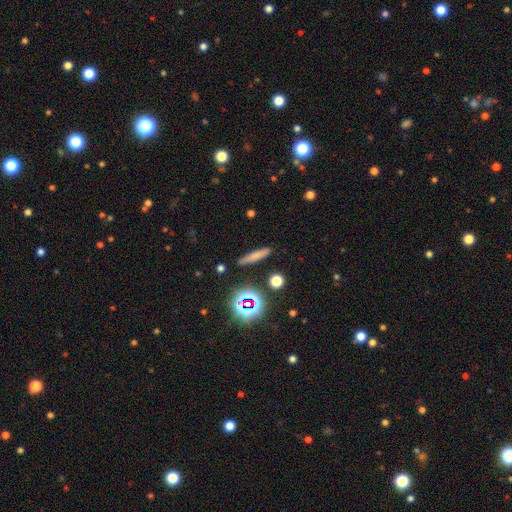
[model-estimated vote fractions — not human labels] Smooth or featured?
  - smooth: 68% *
  - star or artifact: 16%
  - featured or disk: 16%
How rounded?
  - cigar-shaped: 84% *
  - in between: 10%
  - round: 6%
Merging?
  - none: 87% *
  - minor disturbance: 9%
  - major disturbance: 3%
  - merger: 2%